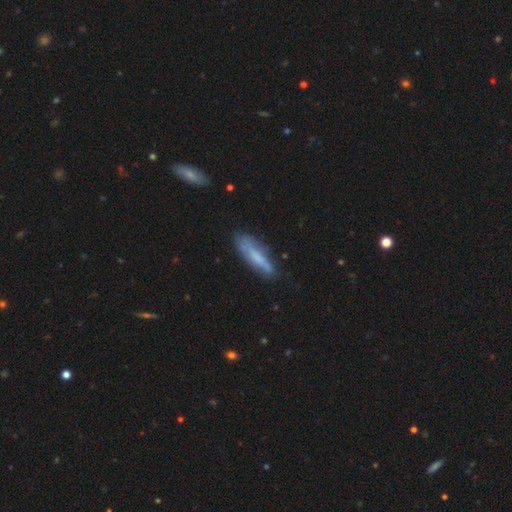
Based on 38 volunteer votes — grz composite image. It shows a smooth galaxy with no disk features (61%) that is cigar-shaped (74%). Merging: none (69%).